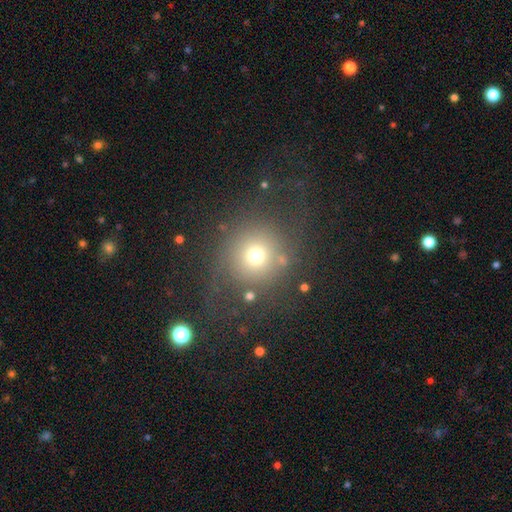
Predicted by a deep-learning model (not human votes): A smooth galaxy with no disk features (65%) that is round (91%). Merging: none (64%).